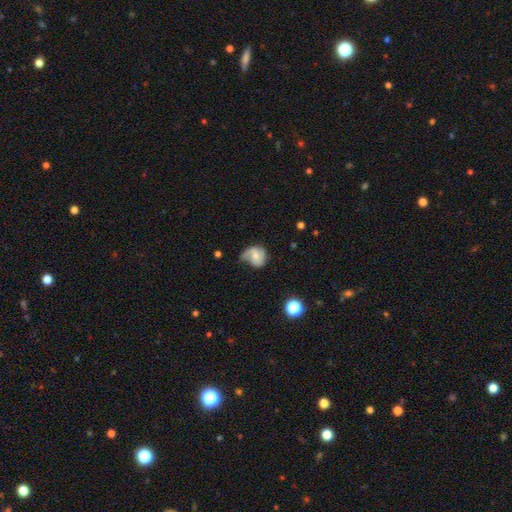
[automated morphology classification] Smooth or featured: featured or disk — 54% (smooth — 38%)
Edge-on disk: no — 97% (yes — 3%)
Bar: no — 55% (weak — 36%)
Spiral arms: yes — 83% (no — 17%)
Bulge size: moderate — 47% (small — 45%)
Merging: none — 40% (minor disturbance — 36%)